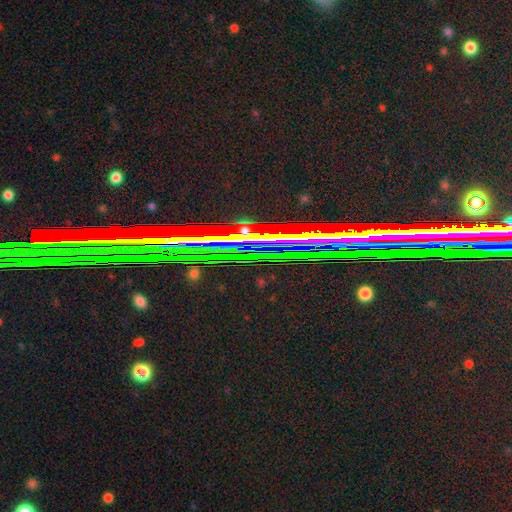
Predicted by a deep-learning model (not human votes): A star or artifact, not a galaxy (83%).